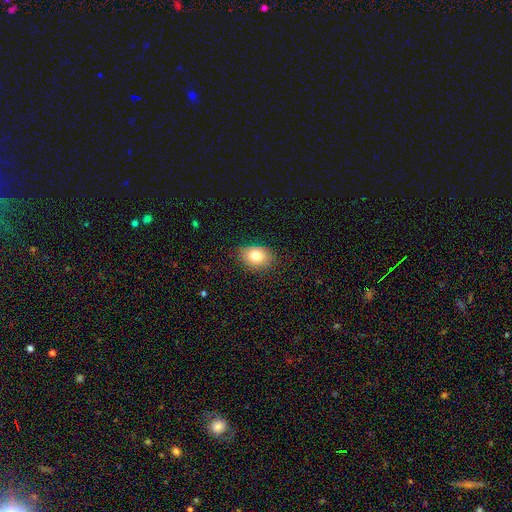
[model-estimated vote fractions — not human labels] Morphology: type=smooth (78%); roundness=in between (65%); merging=none (82%).